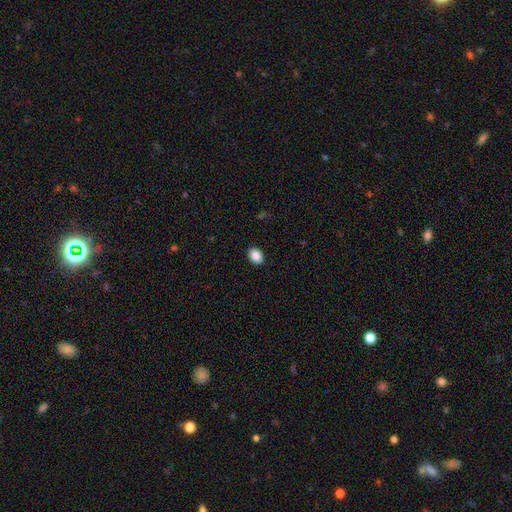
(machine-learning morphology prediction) Smooth or featured: smooth — 89% (star or artifact — 8%)
How rounded: in between — 71% (round — 28%)
Merging: none — 90% (minor disturbance — 7%)